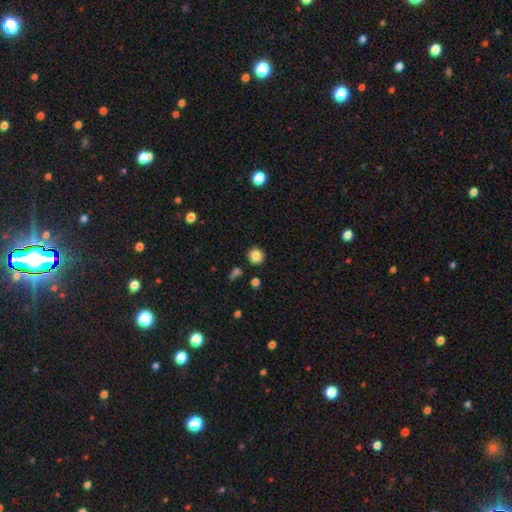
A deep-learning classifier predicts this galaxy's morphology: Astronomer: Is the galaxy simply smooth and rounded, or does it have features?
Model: smooth — 85%.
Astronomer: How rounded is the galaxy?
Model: round — 93%.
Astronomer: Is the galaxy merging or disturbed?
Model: none — 89%.